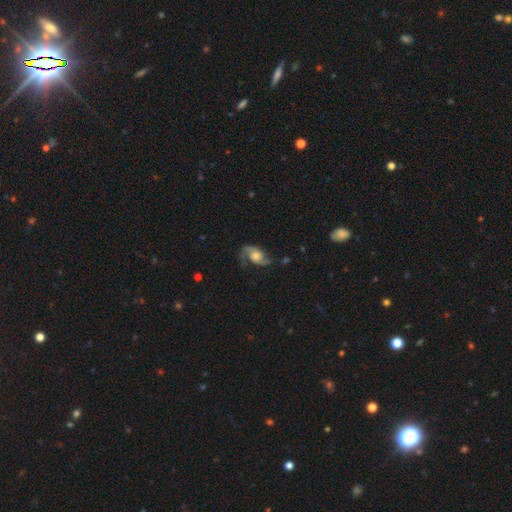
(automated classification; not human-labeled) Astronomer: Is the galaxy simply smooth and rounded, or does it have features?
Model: featured or disk — 85%.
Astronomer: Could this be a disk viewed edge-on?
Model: no — 97%.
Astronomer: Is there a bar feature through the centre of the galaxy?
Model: no — 68%.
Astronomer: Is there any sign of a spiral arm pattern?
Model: yes — 97%.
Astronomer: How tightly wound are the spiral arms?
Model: medium — 45% (runner-up: loose, 43%).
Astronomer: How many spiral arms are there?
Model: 2 — 91%.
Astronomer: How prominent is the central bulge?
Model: moderate — 41% (runner-up: small, 23%).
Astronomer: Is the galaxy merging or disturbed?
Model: none — 70%.